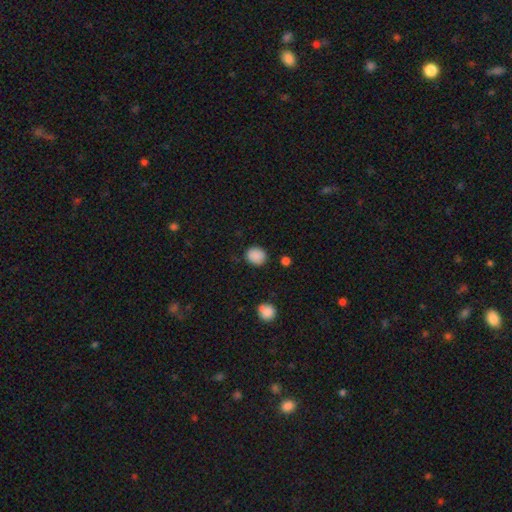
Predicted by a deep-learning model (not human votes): This is clearly a smooth galaxy (88%). How rounded: likely round (68%). Merging: clearly none (84%).